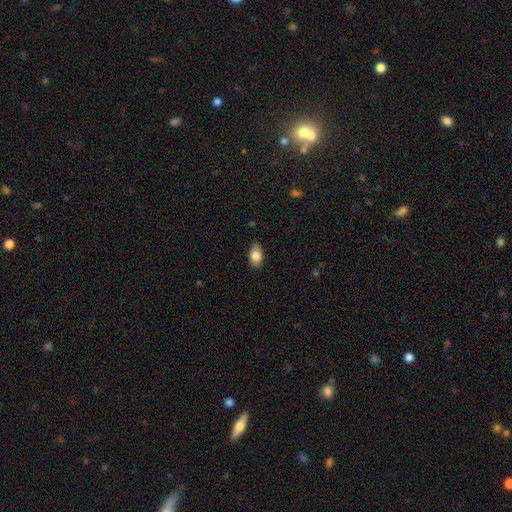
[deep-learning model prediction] Smooth or featured?
  - smooth: 84% *
  - featured or disk: 8%
  - star or artifact: 8%
How rounded?
  - in between: 88% *
  - round: 11%
  - cigar-shaped: 2%
Merging?
  - none: 83% *
  - minor disturbance: 13%
  - major disturbance: 3%
  - merger: 1%